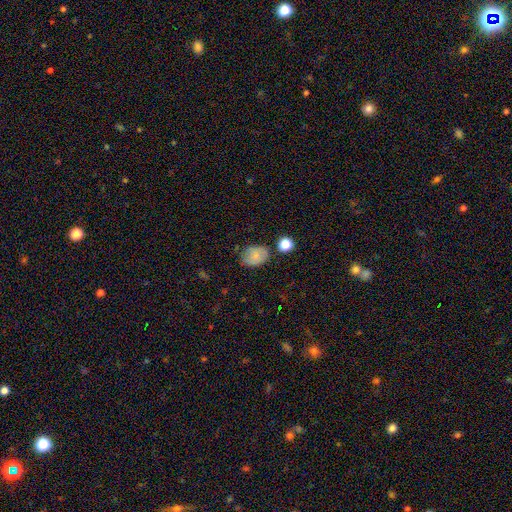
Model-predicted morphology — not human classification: The model was most divided on "how rounded": in between: 65%, round: 34%, cigar-shaped: 1%. More confident: smooth or featured — smooth (73%); merging — none (68%).